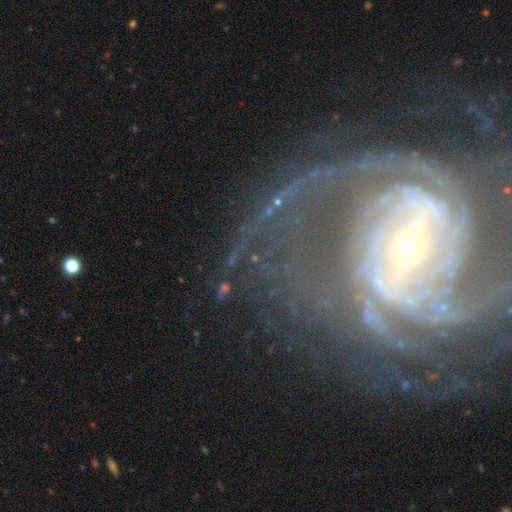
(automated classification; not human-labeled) Smooth or featured? Predicted: featured or disk (p=0.89). Edge-on disk? Predicted: no (p=0.97). Bar? Predicted: strong (p=0.51). Spiral arms? Predicted: yes (p=0.97). Spiral winding? Predicted: tight (p=0.51). Spiral arm count? Predicted: 2 (p=0.30). Bulge size? Predicted: small (p=0.77). Merging? Predicted: none (p=0.65).